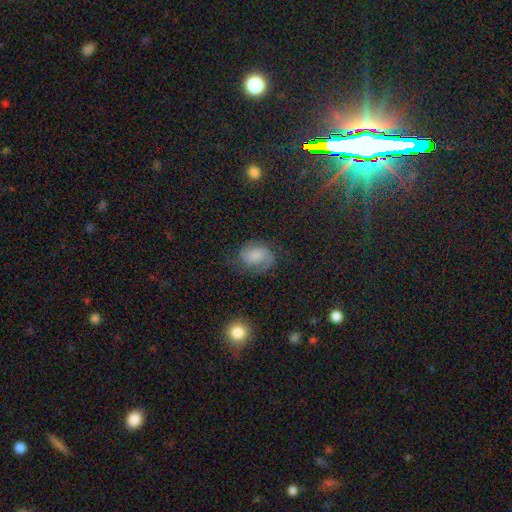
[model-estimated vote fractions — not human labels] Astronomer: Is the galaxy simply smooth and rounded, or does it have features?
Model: smooth — 47% (runner-up: featured or disk, 41%).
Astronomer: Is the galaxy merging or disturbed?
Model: none — 63%.